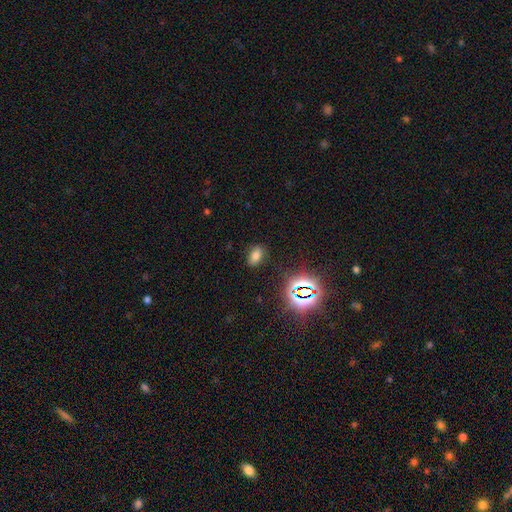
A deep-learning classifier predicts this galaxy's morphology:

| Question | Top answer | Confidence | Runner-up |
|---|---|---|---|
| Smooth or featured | smooth | 67% | star or artifact (24%) |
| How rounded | in between | 88% | round (9%) |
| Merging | none | 85% | minor disturbance (10%) |